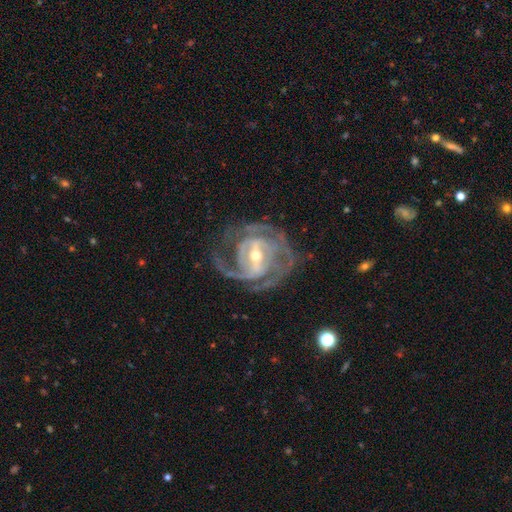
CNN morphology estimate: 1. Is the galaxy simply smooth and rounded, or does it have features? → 91% featured or disk, 5% star or artifact, 4% smooth.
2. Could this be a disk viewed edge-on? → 97% no, 3% yes.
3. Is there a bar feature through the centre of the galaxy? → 49% strong, 38% weak, 13% no.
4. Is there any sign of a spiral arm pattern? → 96% yes, 4% no.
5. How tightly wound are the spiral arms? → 47% tight, 42% medium, 10% loose.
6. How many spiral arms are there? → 35% 2, 29% 3, 17% can't tell, 9% 4, 6% 1, 5% more than 4.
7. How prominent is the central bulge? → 49% moderate, 47% small, 2% large, 1% none, 1% dominant.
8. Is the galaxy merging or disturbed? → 64% none, 18% minor disturbance, 16% major disturbance, 2% merger.